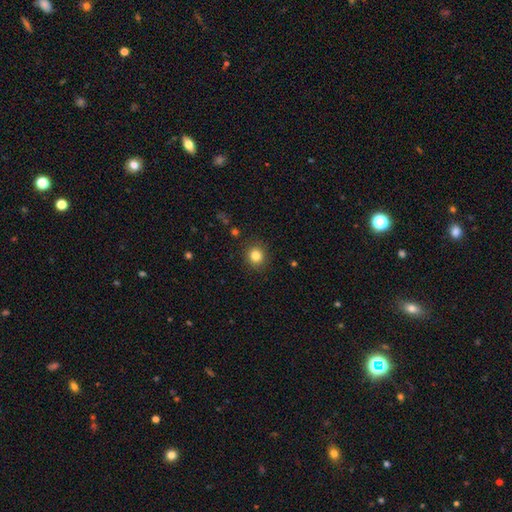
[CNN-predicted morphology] A smooth galaxy with no disk features (83%) that is round (86%).

Vote fractions:
- Smooth or featured? smooth: 83% / star or artifact: 12% / featured or disk: 6%
- How rounded? round: 86% / in between: 13% / cigar-shaped: 1%
- Merging? none: 89% / minor disturbance: 7% / major disturbance: 2% / merger: 1%